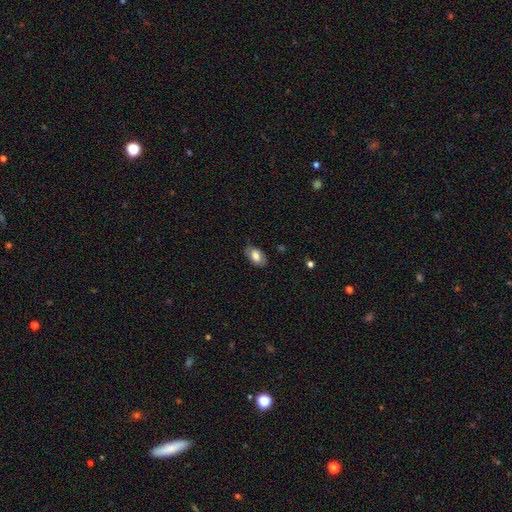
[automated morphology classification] A smooth galaxy with no disk features (77%) that is in between round and cigar-shaped (93%). Merging: none (78%).